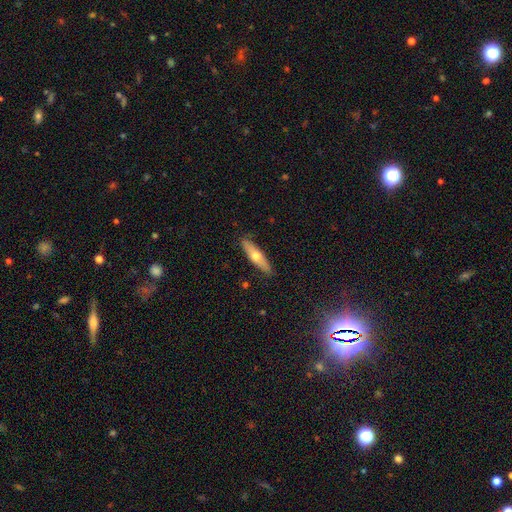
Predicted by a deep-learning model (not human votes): The model was most divided on "smooth or featured": smooth: 56%, featured or disk: 38%, star or artifact: 6%. More confident: merging — none (88%); how rounded — cigar-shaped (72%).